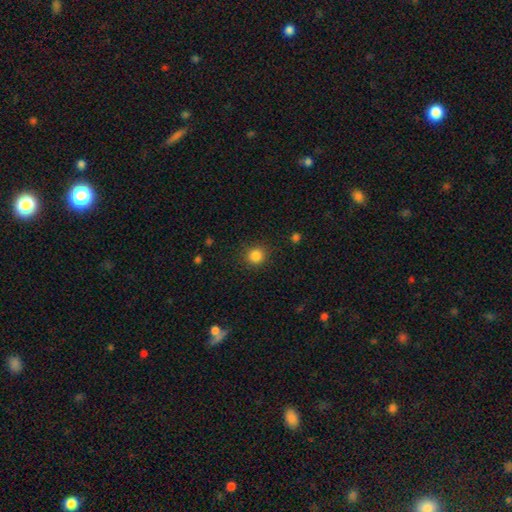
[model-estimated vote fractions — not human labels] Overall: smooth (85%). How rounded: round (91%). Merging: none (88%).